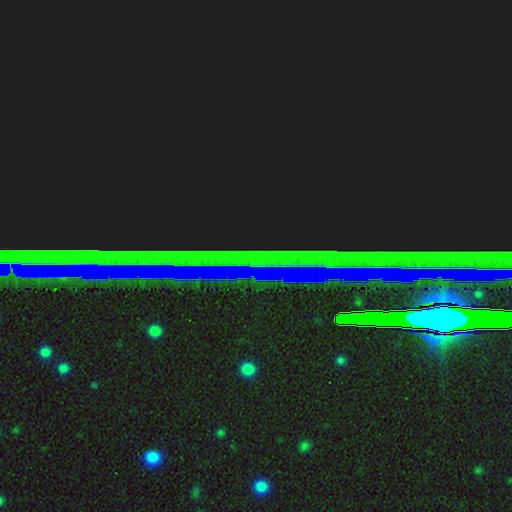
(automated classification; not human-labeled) A star or artifact, not a galaxy (83%).

Vote fractions:
- Smooth or featured? star or artifact: 83% / featured or disk: 9% / smooth: 8%